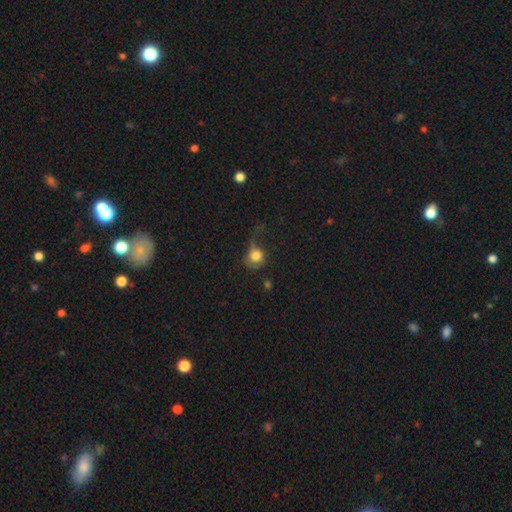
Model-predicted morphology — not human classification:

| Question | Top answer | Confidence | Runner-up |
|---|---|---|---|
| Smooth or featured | smooth | 77% | featured or disk (14%) |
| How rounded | round | 78% | in between (21%) |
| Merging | major disturbance | 40% | none (32%) |